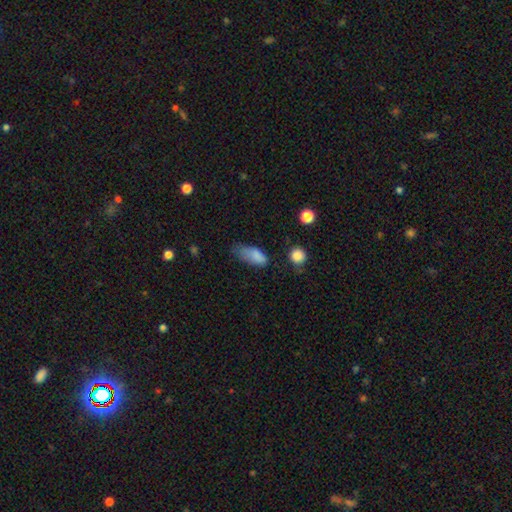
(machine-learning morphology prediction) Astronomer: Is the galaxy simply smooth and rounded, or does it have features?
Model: smooth — 81%.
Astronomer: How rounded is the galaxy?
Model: in between — 83%.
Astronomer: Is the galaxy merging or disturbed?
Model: minor disturbance — 42% (runner-up: none, 30%).